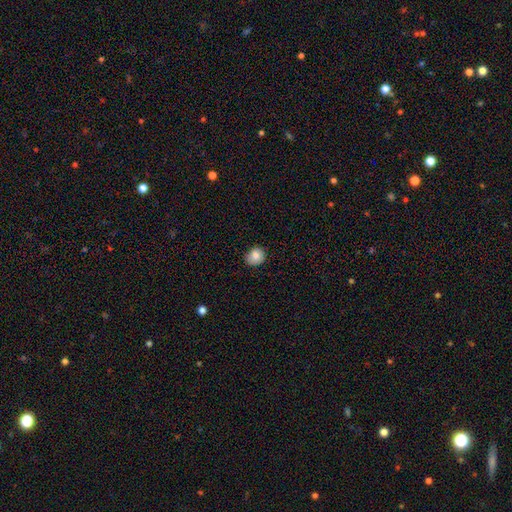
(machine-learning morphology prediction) Smooth or featured: smooth — 84% (star or artifact — 9%)
How rounded: round — 71% (in between — 28%)
Merging: none — 79% (minor disturbance — 17%)